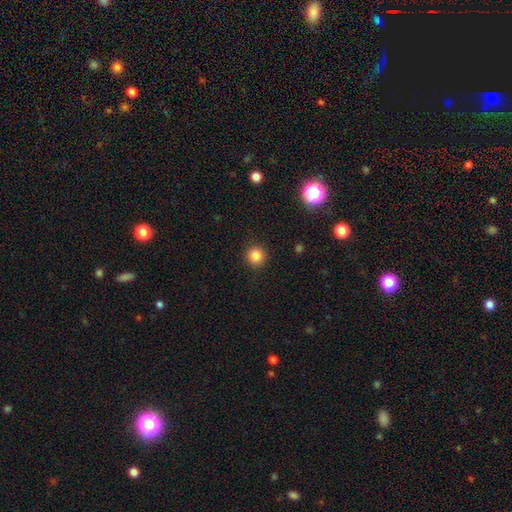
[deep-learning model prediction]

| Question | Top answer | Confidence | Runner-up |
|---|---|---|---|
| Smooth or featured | smooth | 84% | star or artifact (12%) |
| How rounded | round | 94% | in between (5%) |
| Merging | none | 92% | minor disturbance (5%) |